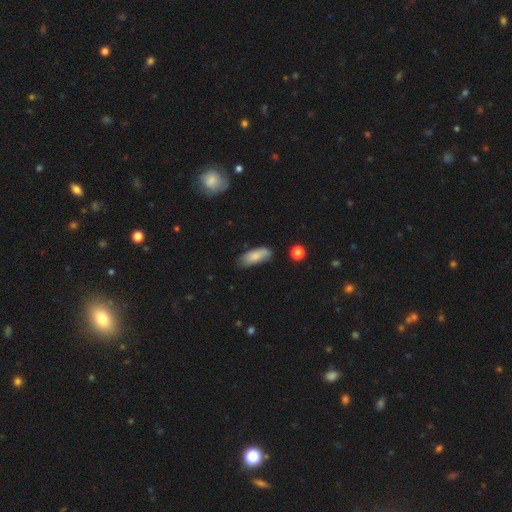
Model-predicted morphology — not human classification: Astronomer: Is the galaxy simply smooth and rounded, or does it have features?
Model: smooth — 81%.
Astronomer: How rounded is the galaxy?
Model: in between — 76%.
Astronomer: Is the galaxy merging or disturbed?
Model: none — 66%.